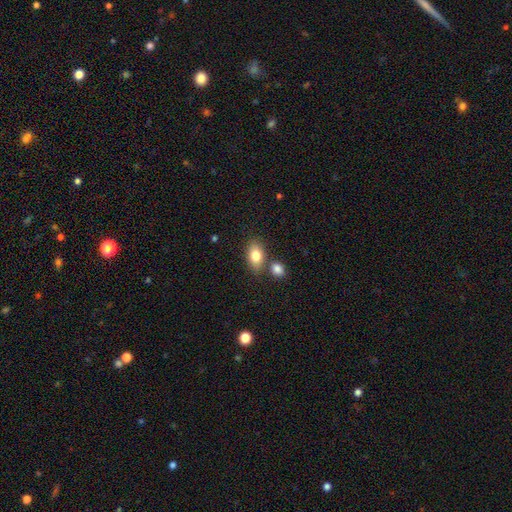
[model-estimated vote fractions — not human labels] Smooth or featured? Predicted: smooth (p=0.81). How rounded? Predicted: in between (p=0.85). Merging? Predicted: none (p=0.68).